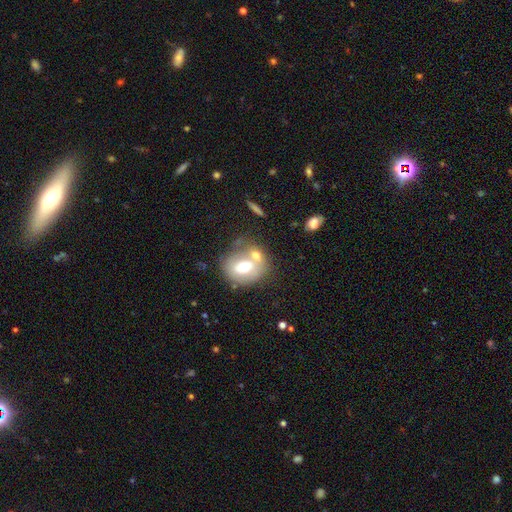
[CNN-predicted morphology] Smooth or featured: smooth — 59% (featured or disk — 32%)
How rounded: round — 50% (in between — 49%)
Merging: none — 42% (merger — 40%)